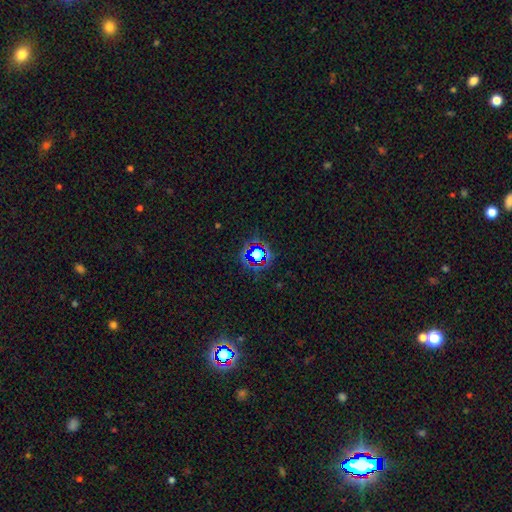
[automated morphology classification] A star or artifact, not a galaxy (66%).

Vote fractions:
- Smooth or featured? star or artifact: 66% / smooth: 23% / featured or disk: 11%